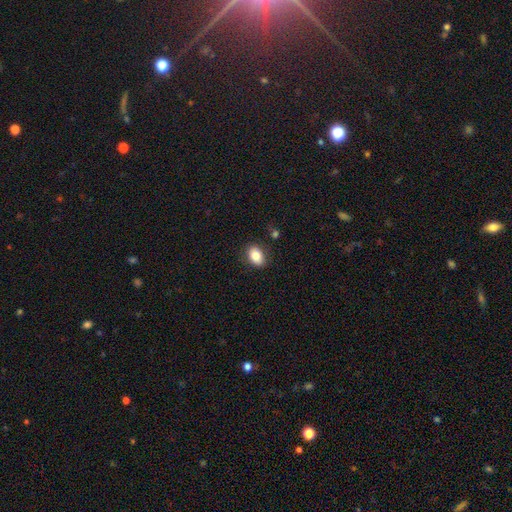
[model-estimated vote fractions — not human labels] Q: Smooth or featured?
A: smooth (83%); runner-up: featured or disk (9%)
Q: How rounded?
A: in between (82%); runner-up: round (17%)
Q: Merging?
A: none (84%); runner-up: minor disturbance (11%)